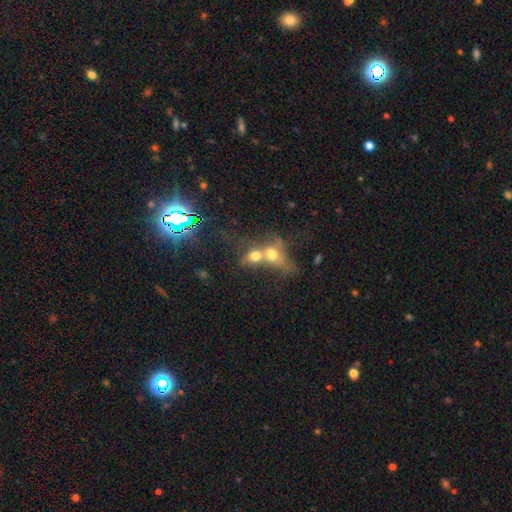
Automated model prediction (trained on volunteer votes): A smooth galaxy with no disk features (62%) that is in between round and cigar-shaped (56%).

Vote fractions:
- Smooth or featured? smooth: 62% / featured or disk: 24% / star or artifact: 15%
- How rounded? in between: 56% / round: 39% / cigar-shaped: 4%
- Merging? merger: 79% / none: 10% / major disturbance: 7% / minor disturbance: 4%